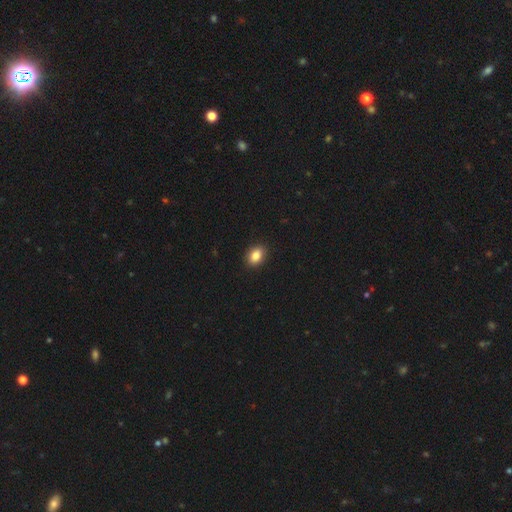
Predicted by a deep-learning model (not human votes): This is clearly a smooth galaxy (86%). How rounded: likely in between (75%). Merging: clearly none (90%).